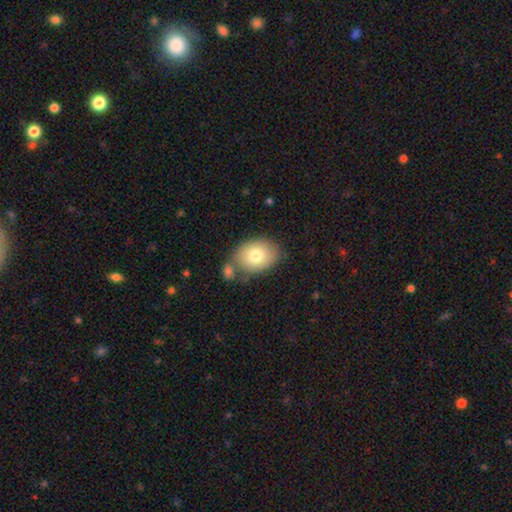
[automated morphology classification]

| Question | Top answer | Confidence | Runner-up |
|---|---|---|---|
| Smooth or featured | smooth | 77% | featured or disk (16%) |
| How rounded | in between | 69% | round (30%) |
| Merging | none | 66% | minor disturbance (15%) |